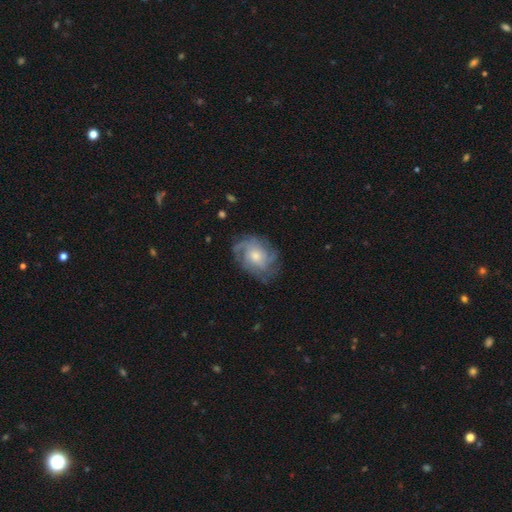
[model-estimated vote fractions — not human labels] This is likely a featured or disk galaxy (79%). It is clearly not viewed edge-on (97%). Bar: likely no (75%). Spiral arm pattern: clearly yes (94%). Spiral arm count: marginally can't tell (28%). Spiral winding: possibly tight (47%). Central bulge: possibly moderate (58%). Merging: likely none (73%).